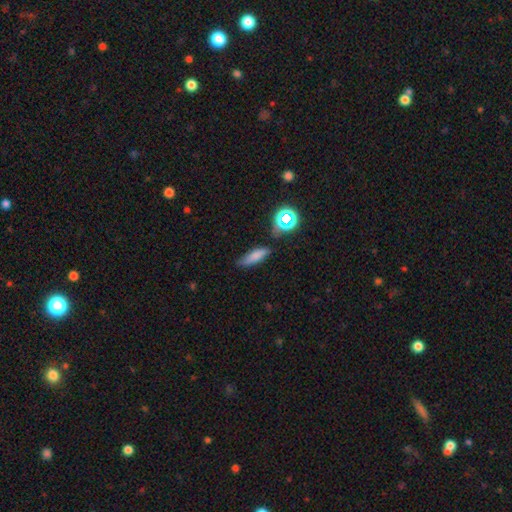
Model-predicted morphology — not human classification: type=smooth (72%); roundness=cigar-shaped (52%); merging=none (73%).